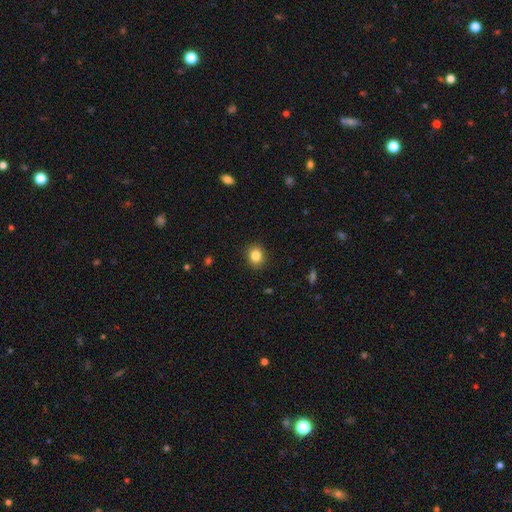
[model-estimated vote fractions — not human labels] Smooth or featured? smooth (84%)
How rounded? round (72%)
Merging? none (90%)